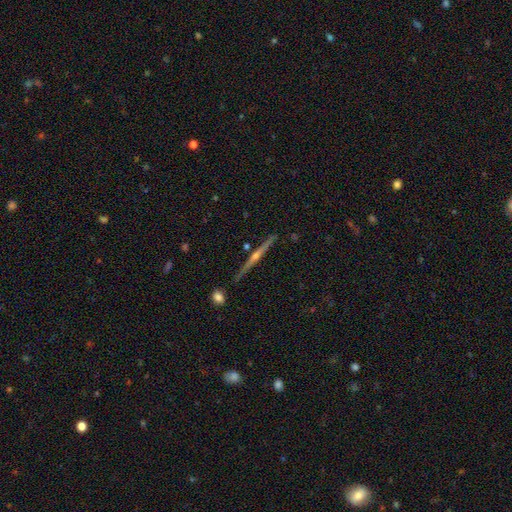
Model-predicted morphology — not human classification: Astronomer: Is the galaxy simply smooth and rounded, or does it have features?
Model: featured or disk — 82%.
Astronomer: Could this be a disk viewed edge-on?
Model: yes — 98%.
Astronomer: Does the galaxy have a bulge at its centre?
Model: rounded — 86%.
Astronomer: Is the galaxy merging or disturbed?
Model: none — 90%.